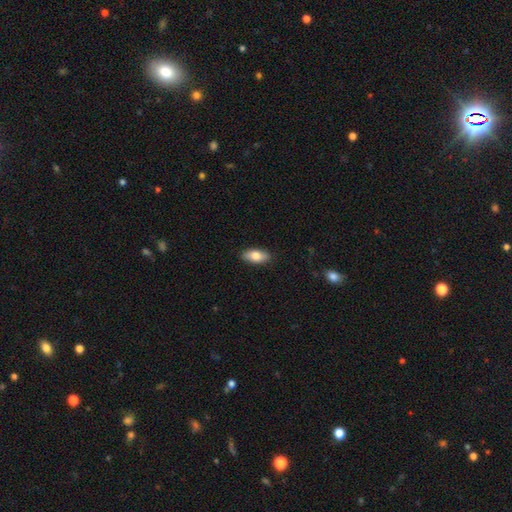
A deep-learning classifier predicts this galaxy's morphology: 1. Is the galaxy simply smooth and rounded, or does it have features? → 81% smooth, 13% featured or disk, 6% star or artifact.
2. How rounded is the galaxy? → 88% in between, 9% cigar-shaped, 3% round.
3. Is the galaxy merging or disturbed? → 89% none, 9% minor disturbance, 2% major disturbance, 1% merger.